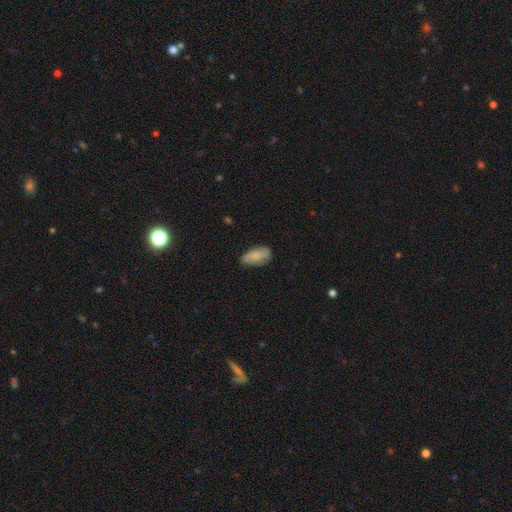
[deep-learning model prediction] This is likely a smooth galaxy (79%). How rounded: clearly in between (91%). Merging: likely none (72%).